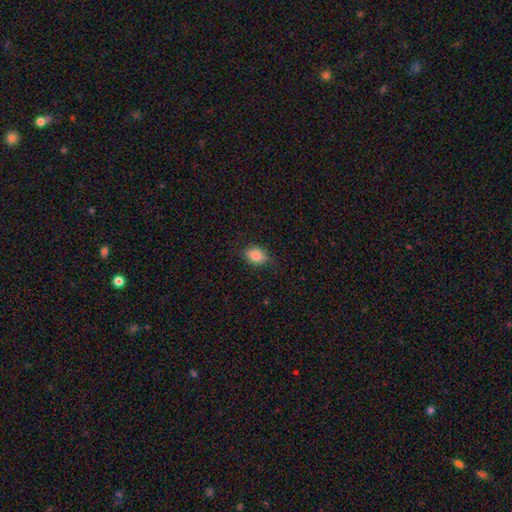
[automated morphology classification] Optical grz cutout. It shows a smooth galaxy with no disk features (85%) that is in between round and cigar-shaped (74%). Merging: none (81%).